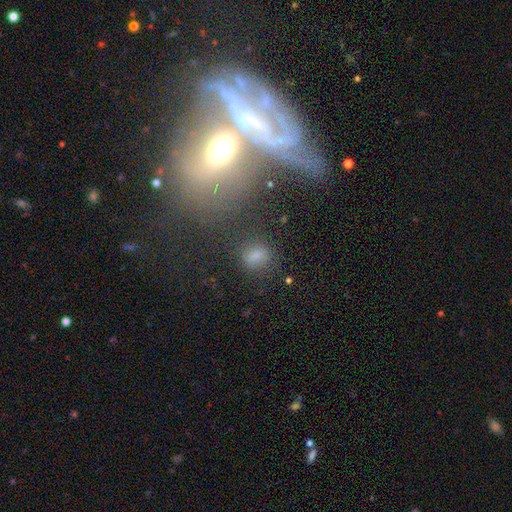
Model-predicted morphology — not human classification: smooth-or-featured: smooth: 73% | star or artifact: 18% | featured or disk: 9%
  how-rounded: in between: 50% | round: 46% | cigar-shaped: 3%
  merging: none: 77% | minor disturbance: 13% | major disturbance: 6% | merger: 4%